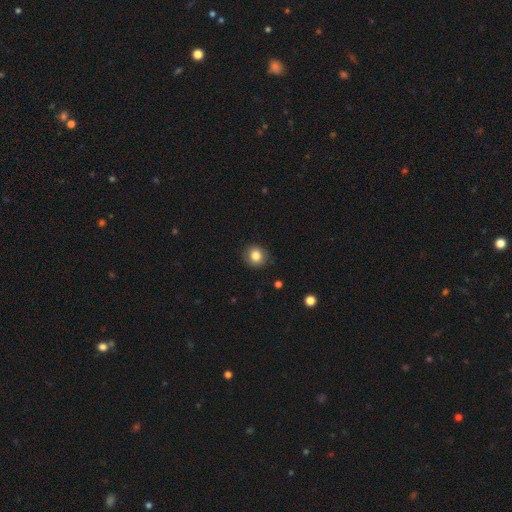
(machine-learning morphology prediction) A smooth galaxy with no disk features (83%) that is round (86%).

Vote fractions:
- Smooth or featured? smooth: 83% / star or artifact: 10% / featured or disk: 7%
- How rounded? round: 86% / in between: 14% / cigar-shaped: 1%
- Merging? none: 87% / minor disturbance: 9% / major disturbance: 2% / merger: 1%